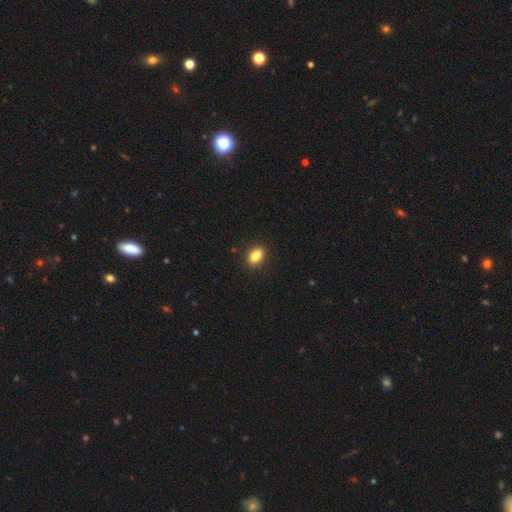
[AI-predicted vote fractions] smooth 86%, star or artifact 8%, featured or disk 6%. Down the decision tree: how rounded — in between (84%); merging — none (89%).